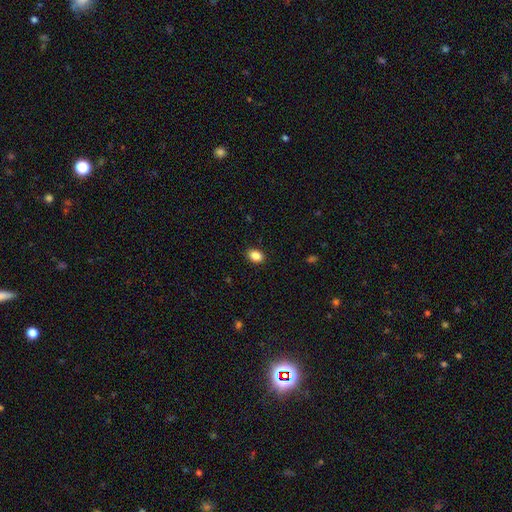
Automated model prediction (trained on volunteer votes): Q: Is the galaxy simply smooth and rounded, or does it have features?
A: smooth — 87%.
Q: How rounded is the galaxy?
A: in between — 74%.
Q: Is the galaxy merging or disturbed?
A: none — 90%.